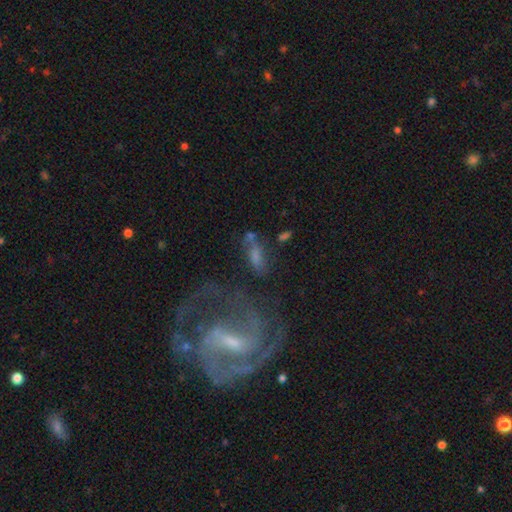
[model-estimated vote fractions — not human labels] smooth_or_featured: featured or disk (p=0.58) [alt: smooth p=0.30]
disk_edge_on: no (p=0.89) [alt: yes p=0.11]
bar: weak (p=0.43) [alt: strong p=0.30]
has_spiral_arms: yes (p=0.81) [alt: no p=0.19]
bulge_size: moderate (p=0.41) [tied with: small p=0.41]
merging: none (p=0.58) [alt: minor disturbance p=0.18]